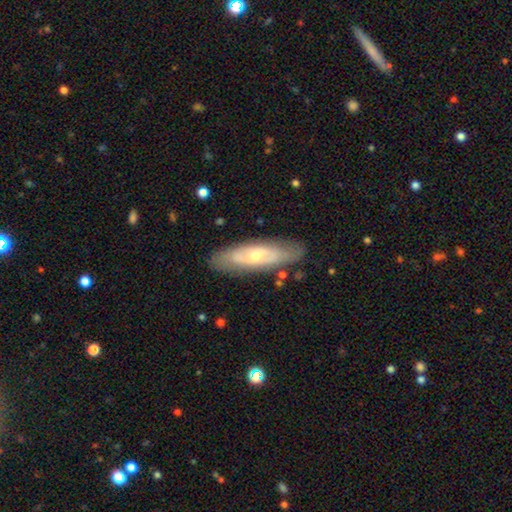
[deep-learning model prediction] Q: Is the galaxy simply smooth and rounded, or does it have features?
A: featured or disk — 59%.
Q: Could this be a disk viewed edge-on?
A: no — 72%.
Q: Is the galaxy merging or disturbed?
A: none — 80%.